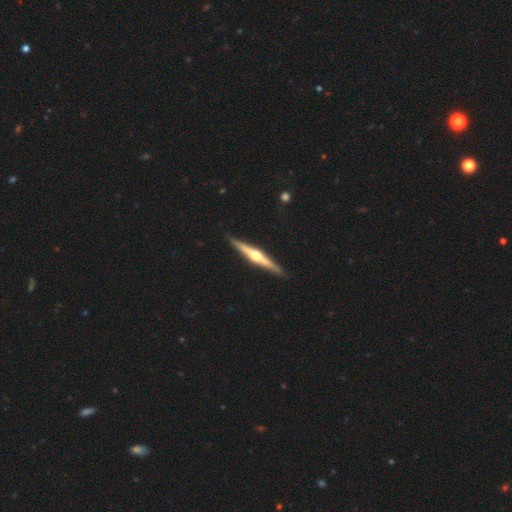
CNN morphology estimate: smooth-or-featured: featured or disk: 81% | smooth: 15% | star or artifact: 4%
  disk-edge-on: yes: 98% | no: 2%
    edge-on-bulge: rounded: 94% | boxy: 3% | none: 3%
  merging: none: 92% | minor disturbance: 6% | major disturbance: 1% | merger: 1%